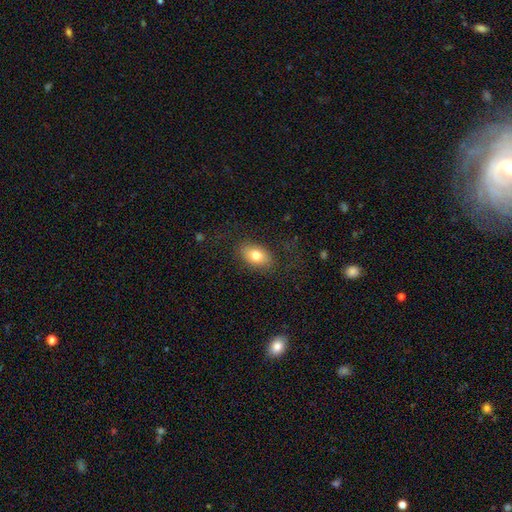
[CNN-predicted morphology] Smooth or featured?
  - smooth: 76% *
  - featured or disk: 15%
  - star or artifact: 9%
How rounded?
  - in between: 86% *
  - round: 12%
  - cigar-shaped: 2%
Merging?
  - none: 80% *
  - minor disturbance: 13%
  - major disturbance: 7%
  - merger: 1%